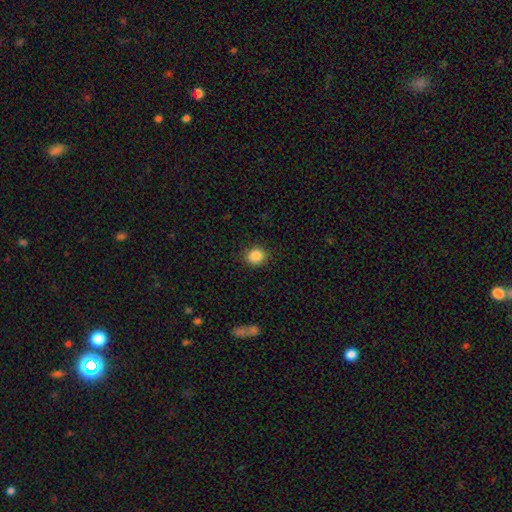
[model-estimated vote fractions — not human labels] This is clearly a smooth galaxy (87%). How rounded: likely round (80%). Merging: clearly none (89%).